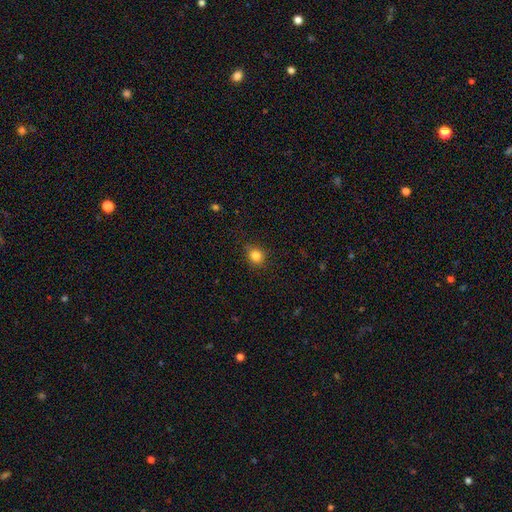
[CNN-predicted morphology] Overall: smooth (83%). How rounded: round (81%). Merging: none (84%).